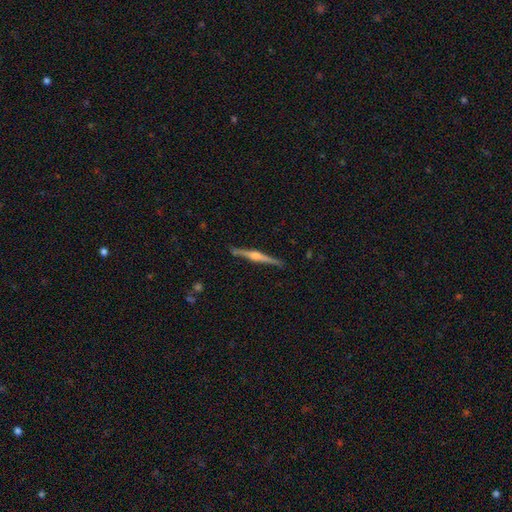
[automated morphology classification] A featured or disk galaxy (83%) viewed edge-on (99%) with a rounded central bulge (86%). Merging: none (91%).